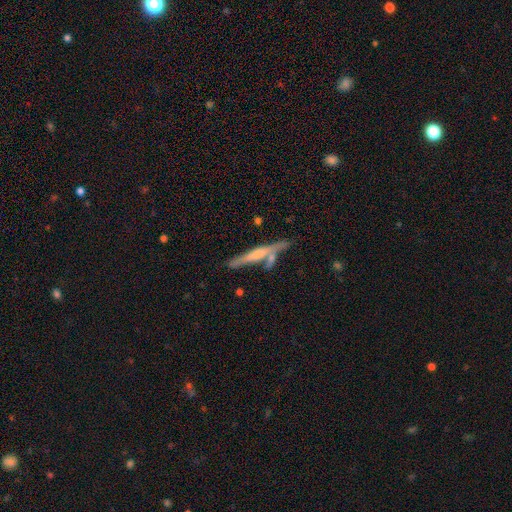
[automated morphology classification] The model was most divided on "edge-on bulge": none: 43%, rounded: 40%, boxy: 17%. More confident: edge-on disk — yes (93%); merging — none (62%); smooth or featured — featured or disk (57%).